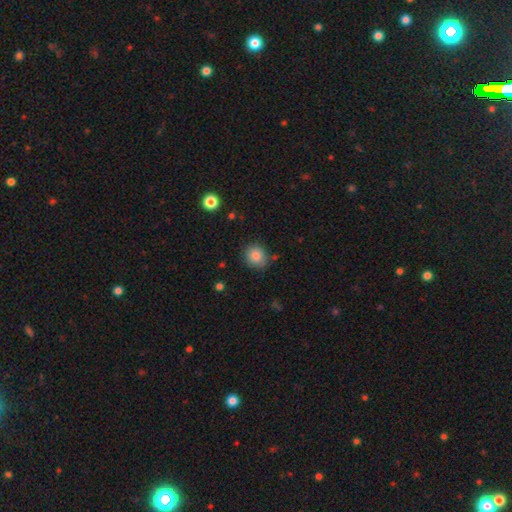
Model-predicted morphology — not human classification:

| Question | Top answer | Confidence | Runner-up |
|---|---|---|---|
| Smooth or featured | smooth | 84% | star or artifact (9%) |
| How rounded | round | 81% | in between (18%) |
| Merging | none | 81% | minor disturbance (14%) |